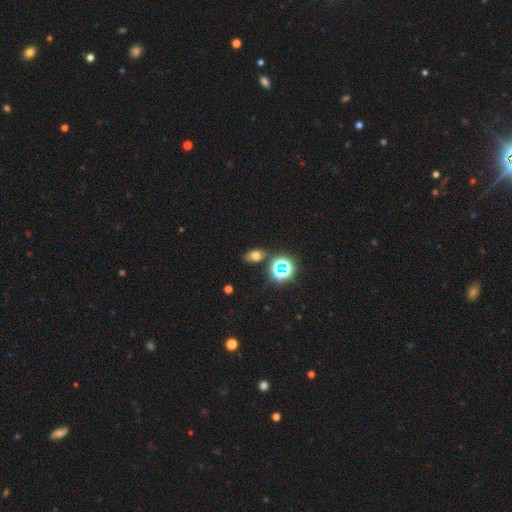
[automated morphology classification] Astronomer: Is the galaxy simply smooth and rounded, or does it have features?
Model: smooth — 59%.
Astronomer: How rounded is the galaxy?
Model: in between — 80%.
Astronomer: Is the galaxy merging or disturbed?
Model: none — 75%.